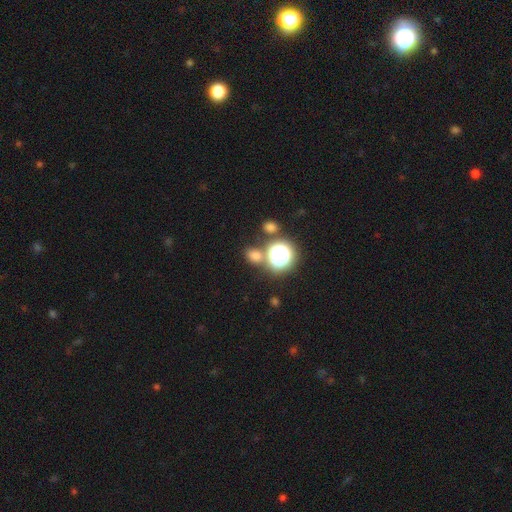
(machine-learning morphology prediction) Smooth or featured?
  - smooth: 64% *
  - star or artifact: 28%
  - featured or disk: 8%
How rounded?
  - round: 62% *
  - in between: 37%
  - cigar-shaped: 1%
Merging?
  - none: 68% *
  - merger: 16%
  - minor disturbance: 11%
  - major disturbance: 5%